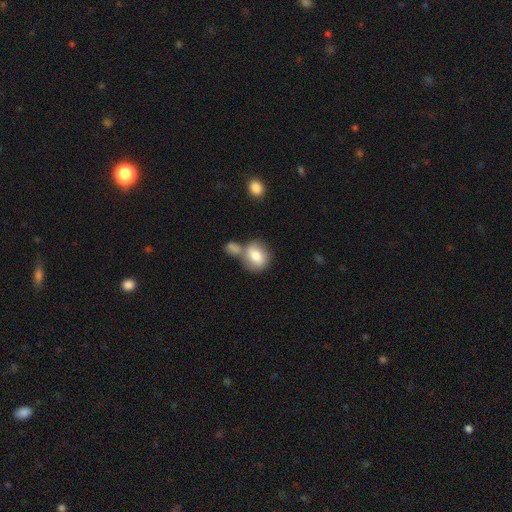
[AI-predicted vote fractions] This is likely a smooth galaxy (77%). How rounded: possibly round (55%). Merging: marginally merger (41%, tied with none).